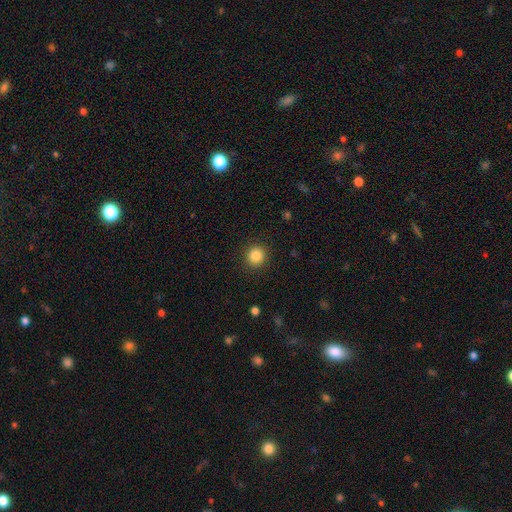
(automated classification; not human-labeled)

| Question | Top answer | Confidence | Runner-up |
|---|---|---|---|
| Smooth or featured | smooth | 85% | star or artifact (11%) |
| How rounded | round | 91% | in between (8%) |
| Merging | none | 91% | minor disturbance (6%) |